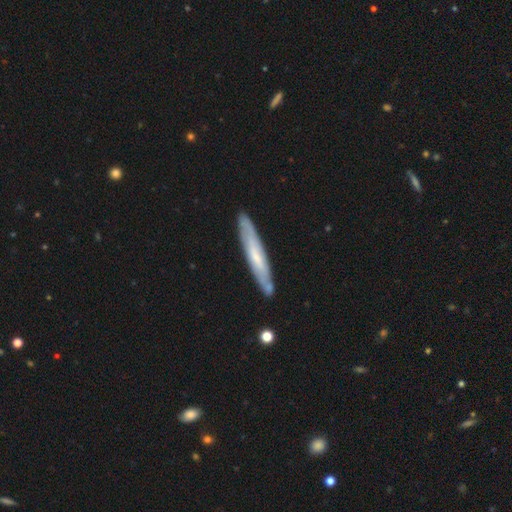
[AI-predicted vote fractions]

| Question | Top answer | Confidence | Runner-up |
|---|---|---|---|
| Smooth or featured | featured or disk | 53% | smooth (42%) |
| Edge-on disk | yes | 75% | no (25%) |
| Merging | none | 85% | minor disturbance (10%) |